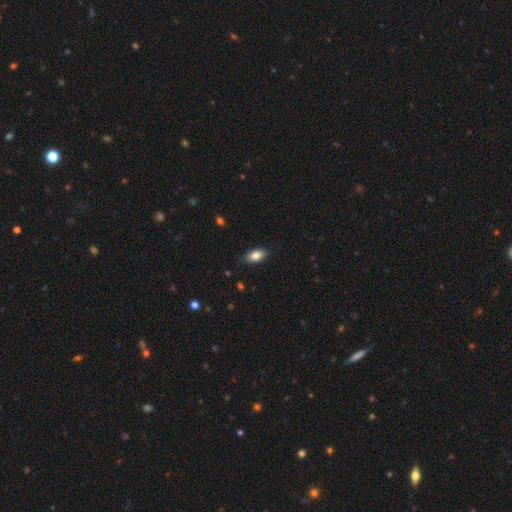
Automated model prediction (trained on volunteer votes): Smooth or featured? smooth (85%)
How rounded? in between (90%)
Merging? none (87%)